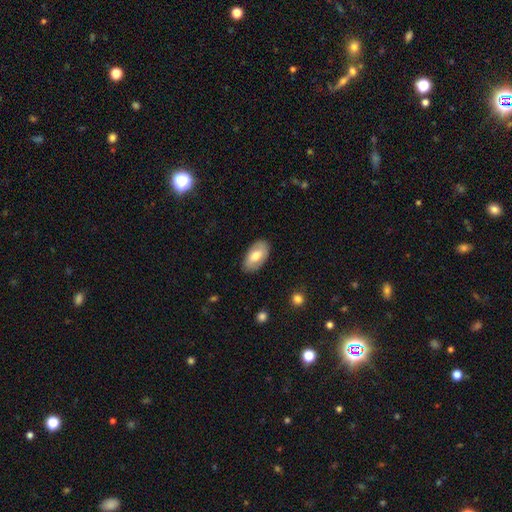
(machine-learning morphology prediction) This is likely a smooth galaxy (66%). How rounded: clearly in between (95%). Merging: clearly none (83%).